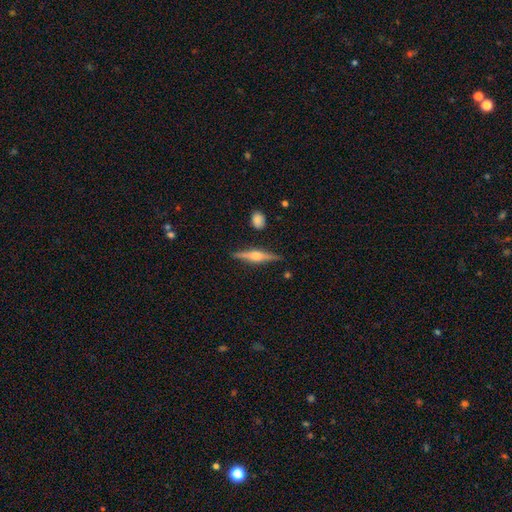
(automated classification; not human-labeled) Smooth or featured: featured or disk — 74% (smooth — 20%)
Edge-on disk: yes — 97% (no — 3%)
Edge-on bulge: rounded — 87% (boxy — 10%)
Merging: none — 86% (minor disturbance — 9%)